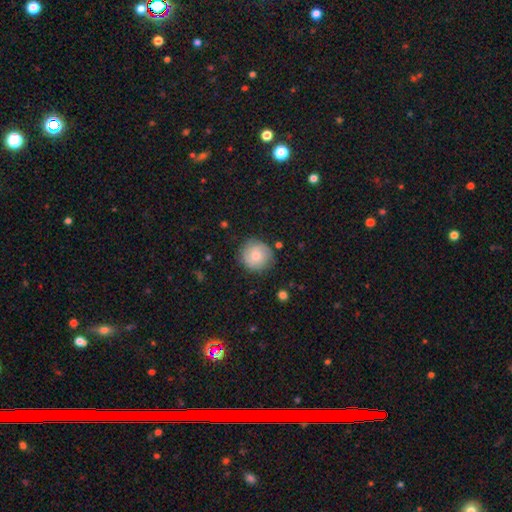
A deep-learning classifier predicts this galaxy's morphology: smooth_or_featured: smooth (p=0.61) [alt: featured or disk p=0.32]
how_rounded: round (p=0.93) [alt: in between p=0.06]
merging: none (p=0.82) [alt: minor disturbance p=0.13]